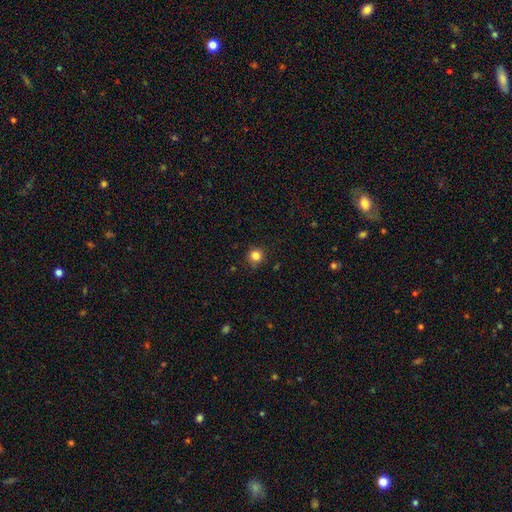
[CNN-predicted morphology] smooth_or_featured: smooth (p=0.83) [alt: star or artifact p=0.13]
how_rounded: round (p=0.93) [alt: in between p=0.06]
merging: none (p=0.86) [alt: minor disturbance p=0.11]